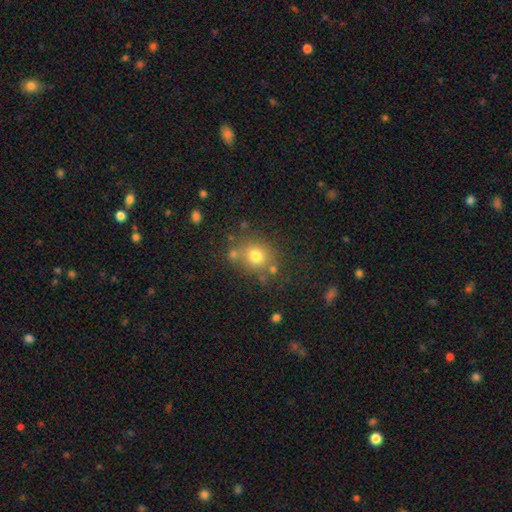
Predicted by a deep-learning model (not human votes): smooth 74%, star or artifact 16%, featured or disk 11%. Down the decision tree: how rounded — round (79%); merging — none (72%).